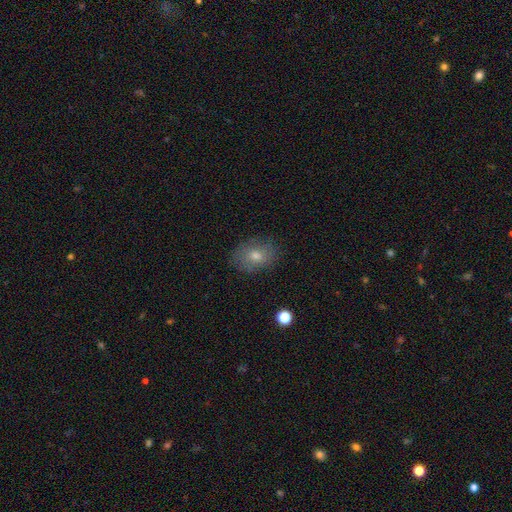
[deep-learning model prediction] smooth-or-featured: smooth: 70% | featured or disk: 17% | star or artifact: 13%
  how-rounded: in between: 65% | round: 33% | cigar-shaped: 1%
  merging: none: 83% | minor disturbance: 13% | major disturbance: 3% | merger: 1%